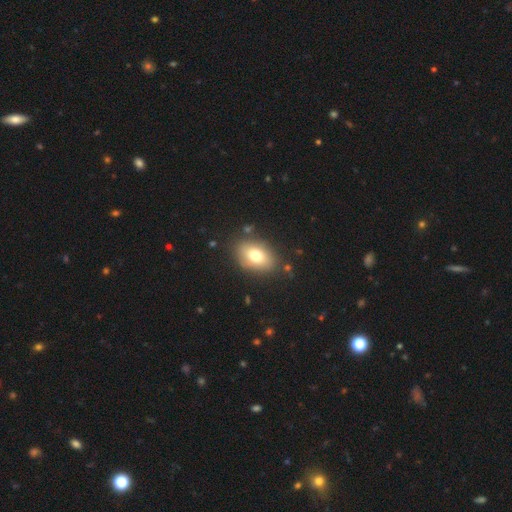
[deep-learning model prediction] smooth-or-featured: smooth: 76% | featured or disk: 16% | star or artifact: 9%
  how-rounded: in between: 85% | round: 13% | cigar-shaped: 2%
  merging: none: 83% | minor disturbance: 11% | major disturbance: 3% | merger: 3%